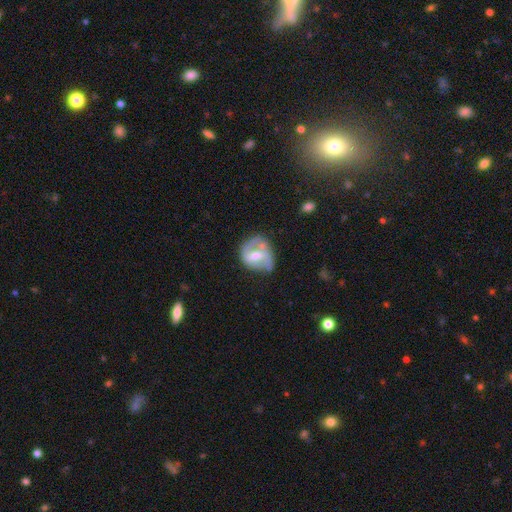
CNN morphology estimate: A featured or disk galaxy (60%) with a weak bar (48%), spiral arms (55%) and a moderate central bulge (65%). Merging: none (42%).